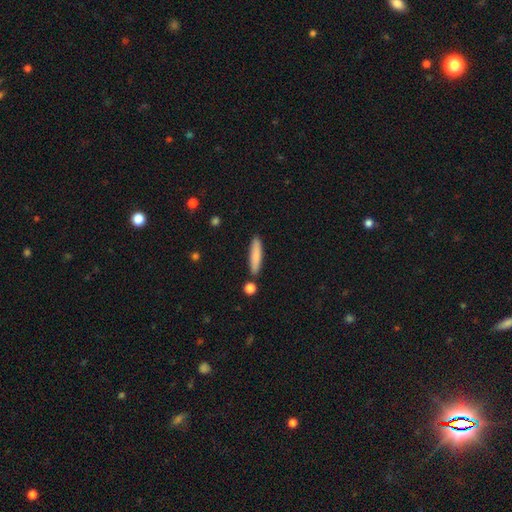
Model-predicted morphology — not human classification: Smooth or featured? Predicted: smooth (p=0.81). How rounded? Predicted: cigar-shaped (p=0.84). Merging? Predicted: none (p=0.84).